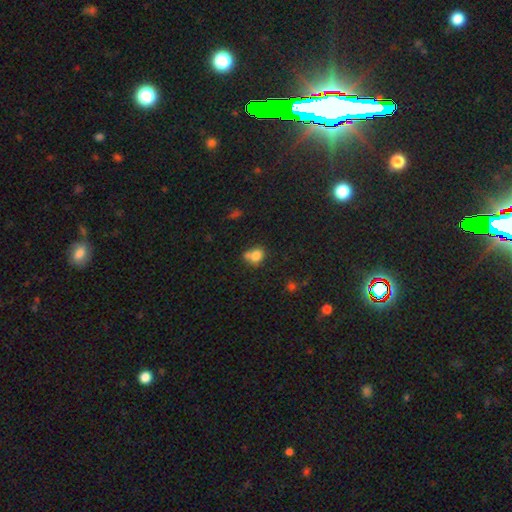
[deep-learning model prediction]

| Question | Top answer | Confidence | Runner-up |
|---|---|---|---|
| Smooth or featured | smooth | 78% | star or artifact (11%) |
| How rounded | round | 62% | in between (37%) |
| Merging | merger | 40% | tied: none (40%) |